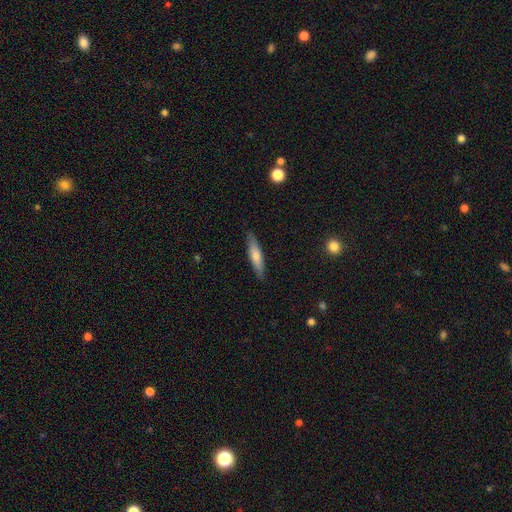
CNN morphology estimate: This appears to be a smooth galaxy with no disk features (57%) that is cigar-shaped (85%). Merging: none (88%).